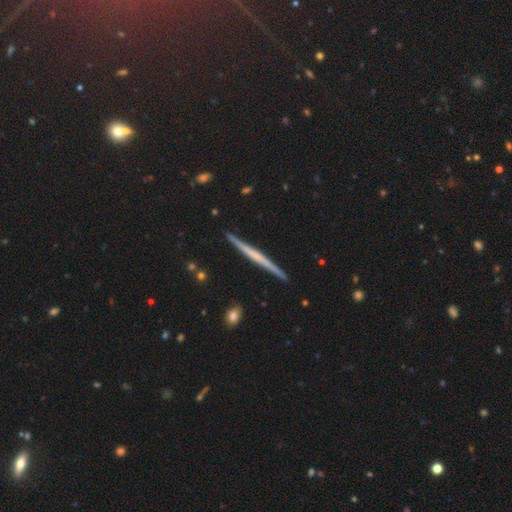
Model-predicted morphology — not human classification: Q: Smooth or featured?
A: featured or disk (67%); runner-up: smooth (27%)
Q: Edge-on disk?
A: yes (98%); runner-up: no (2%)
Q: Edge-on bulge?
A: none (74%); runner-up: rounded (18%)
Q: Merging?
A: none (92%); runner-up: minor disturbance (6%)